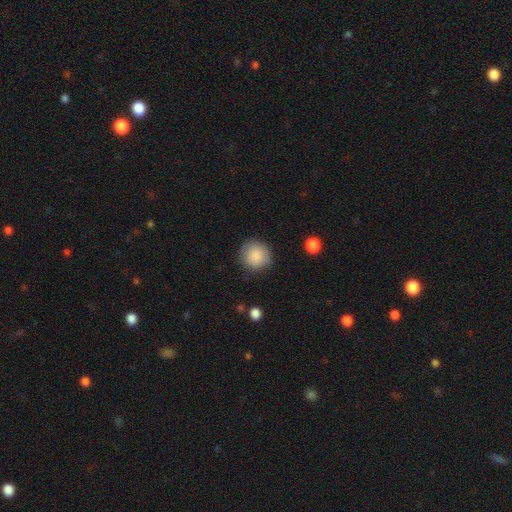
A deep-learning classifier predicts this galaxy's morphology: A smooth galaxy with no disk features (87%) that is round (92%). Merging: none (83%).